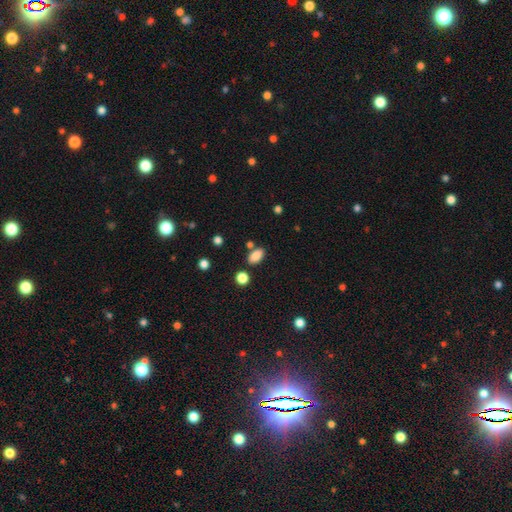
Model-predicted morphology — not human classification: This is clearly a smooth galaxy (86%). How rounded: clearly in between (90%). Merging: likely none (75%).